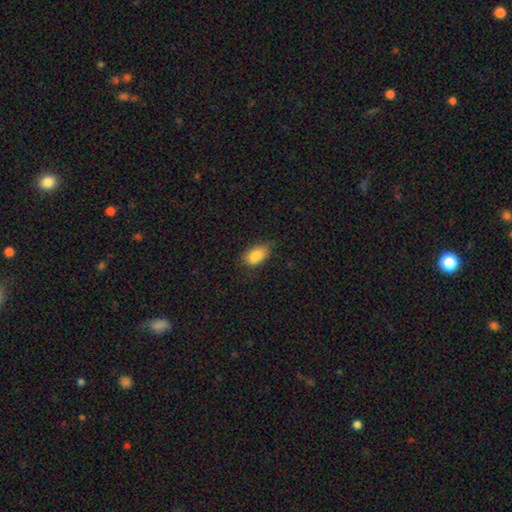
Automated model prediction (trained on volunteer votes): Smooth or featured?
  - smooth: 86% *
  - star or artifact: 7%
  - featured or disk: 7%
How rounded?
  - in between: 91% *
  - round: 6%
  - cigar-shaped: 3%
Merging?
  - none: 65% *
  - minor disturbance: 28%
  - major disturbance: 6%
  - merger: 1%